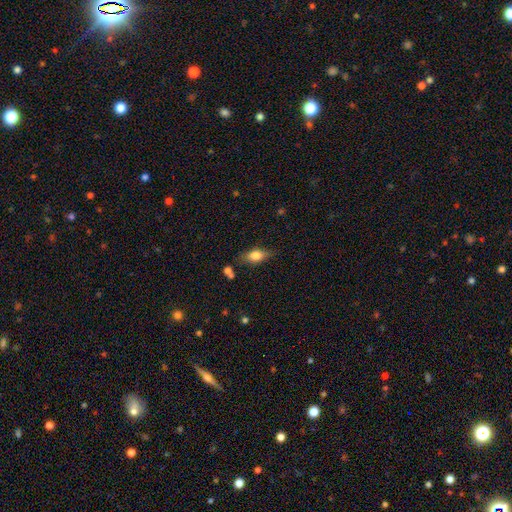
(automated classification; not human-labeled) smooth-or-featured: smooth: 72% | featured or disk: 19% | star or artifact: 8%
  how-rounded: in between: 79% | cigar-shaped: 15% | round: 6%
  merging: none: 74% | minor disturbance: 17% | merger: 5% | major disturbance: 4%